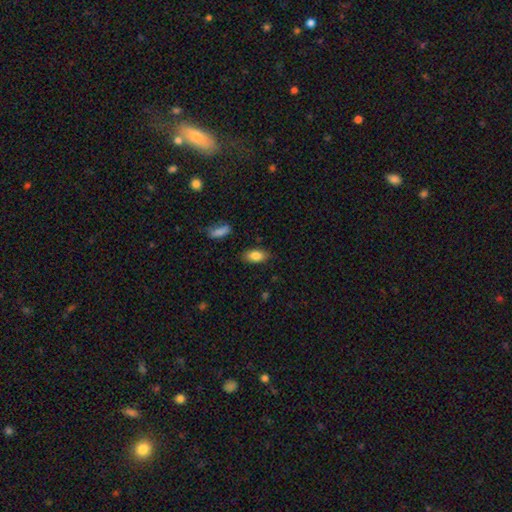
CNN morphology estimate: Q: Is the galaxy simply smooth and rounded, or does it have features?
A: smooth — 84%.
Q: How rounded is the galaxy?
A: in between — 90%.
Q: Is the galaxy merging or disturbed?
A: none — 85%.